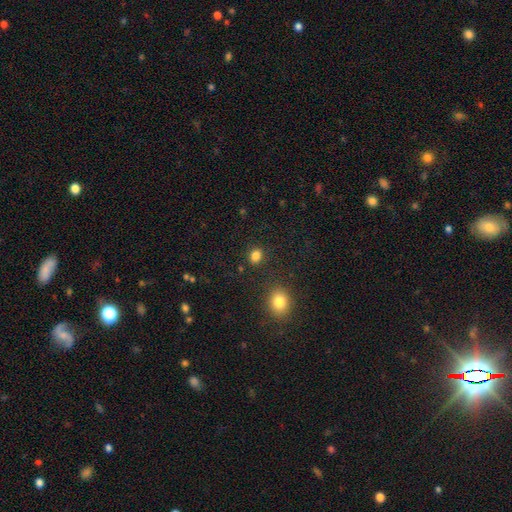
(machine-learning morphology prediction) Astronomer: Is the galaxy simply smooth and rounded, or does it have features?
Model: smooth — 83%.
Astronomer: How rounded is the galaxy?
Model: round — 52% (runner-up: in between, 47%).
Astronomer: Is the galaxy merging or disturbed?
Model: none — 85%.